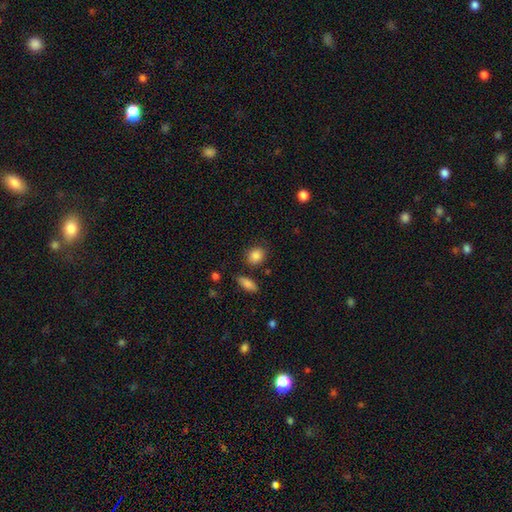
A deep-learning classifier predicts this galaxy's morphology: smooth-or-featured: smooth: 85% | star or artifact: 8% | featured or disk: 6%
  how-rounded: round: 61% | in between: 37% | cigar-shaped: 2%
  merging: none: 81% | minor disturbance: 12% | merger: 5% | major disturbance: 3%